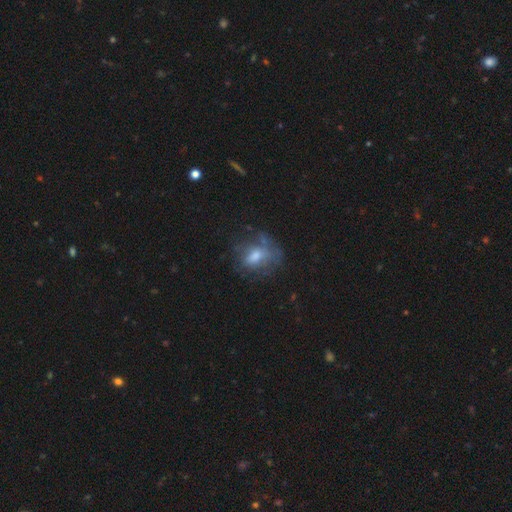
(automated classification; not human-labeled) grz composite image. It shows a smooth galaxy with no disk features (49%). Merging: none (50%).